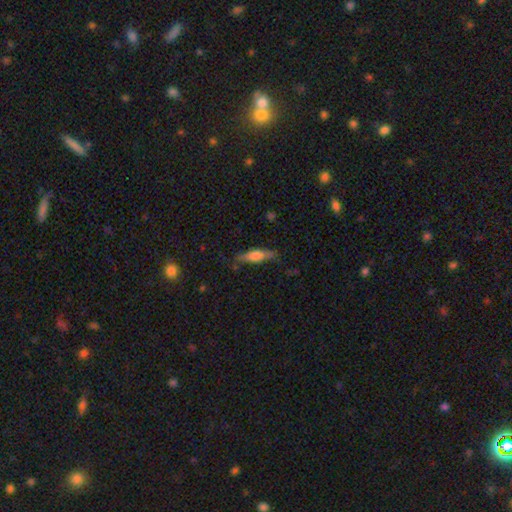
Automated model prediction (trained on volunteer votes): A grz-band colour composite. It shows a smooth galaxy with no disk features (56%) that is cigar-shaped (68%). Merging: none (74%).